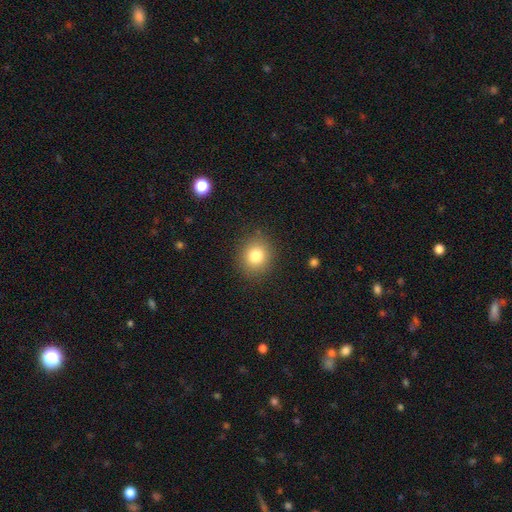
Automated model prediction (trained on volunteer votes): Smooth or featured?
  - smooth: 80% *
  - star or artifact: 11%
  - featured or disk: 8%
How rounded?
  - round: 80% *
  - in between: 19%
  - cigar-shaped: 1%
Merging?
  - none: 88% *
  - minor disturbance: 8%
  - major disturbance: 3%
  - merger: 1%